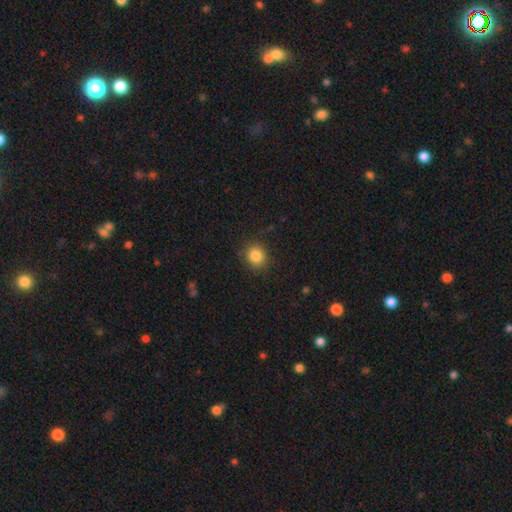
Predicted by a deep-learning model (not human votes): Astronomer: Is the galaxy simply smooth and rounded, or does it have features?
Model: smooth — 85%.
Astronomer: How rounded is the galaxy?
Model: round — 80%.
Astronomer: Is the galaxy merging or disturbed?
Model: none — 86%.